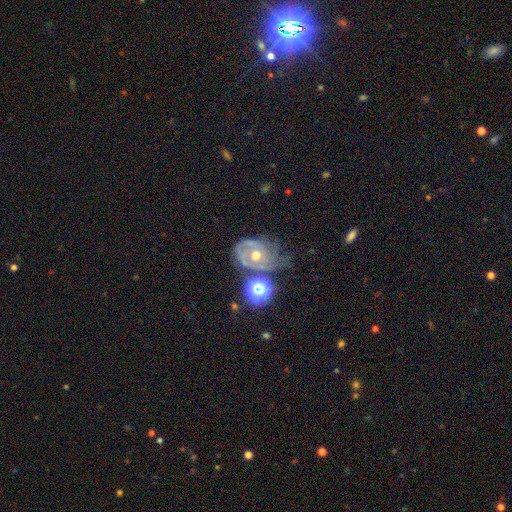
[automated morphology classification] A featured or disk galaxy (74%) with no bar (78%), tight (60%) spiral arms (85%) and a moderate central bulge (73%).

Vote fractions:
- Smooth or featured? featured or disk: 74% / smooth: 14% / star or artifact: 12%
- Edge-on disk? no: 96% / yes: 4%
- Bar? no: 78% / weak: 17% / strong: 5%
- Spiral arms? yes: 85% / no: 15%
- Spiral winding? tight: 60% / medium: 30% / loose: 10%
- Spiral arm count? can't tell: 37% / 2: 26% / 3: 19% / 1: 10% / 4: 5% / more than 4: 4%
- Bulge size? moderate: 73% / small: 21% / large: 4% / none: 1% / dominant: 1%
- Merging? none: 44% / minor disturbance: 26% / major disturbance: 21% / merger: 10%